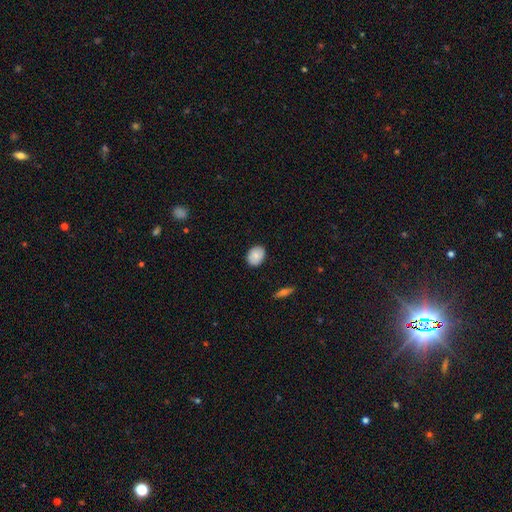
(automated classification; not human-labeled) Smooth or featured: smooth — 84% (featured or disk — 9%)
How rounded: in between — 60% (round — 38%)
Merging: none — 87% (minor disturbance — 10%)